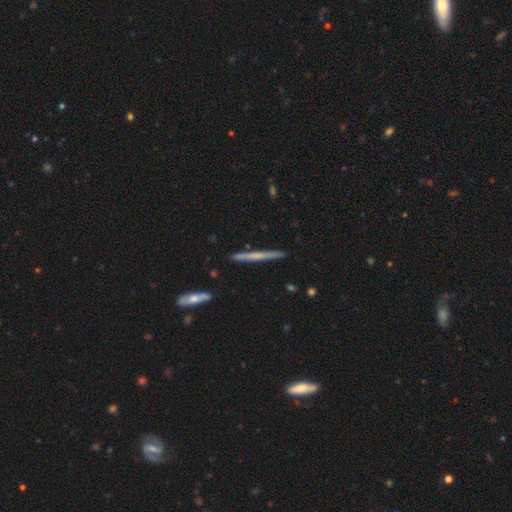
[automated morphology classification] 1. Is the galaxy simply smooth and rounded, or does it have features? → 48% featured or disk, 46% smooth, 6% star or artifact.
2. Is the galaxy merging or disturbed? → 90% none, 7% minor disturbance, 1% merger, 1% major disturbance.